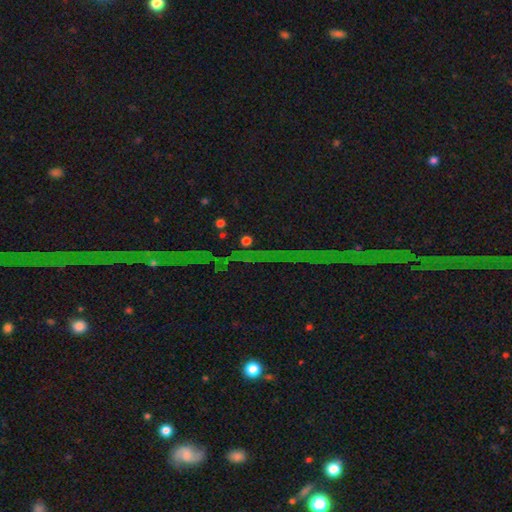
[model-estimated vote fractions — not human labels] smooth_or_featured: star or artifact (p=0.84) [alt: featured or disk p=0.09]